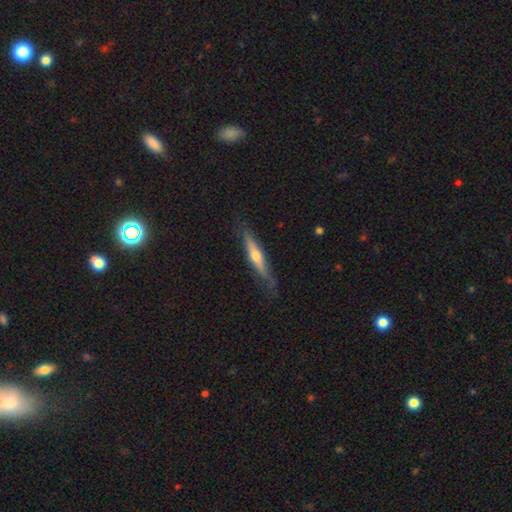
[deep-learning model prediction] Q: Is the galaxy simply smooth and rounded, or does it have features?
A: featured or disk — 58%.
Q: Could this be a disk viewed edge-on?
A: yes — 93%.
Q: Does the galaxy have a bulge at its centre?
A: rounded — 87%.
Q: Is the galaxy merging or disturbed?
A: none — 78%.